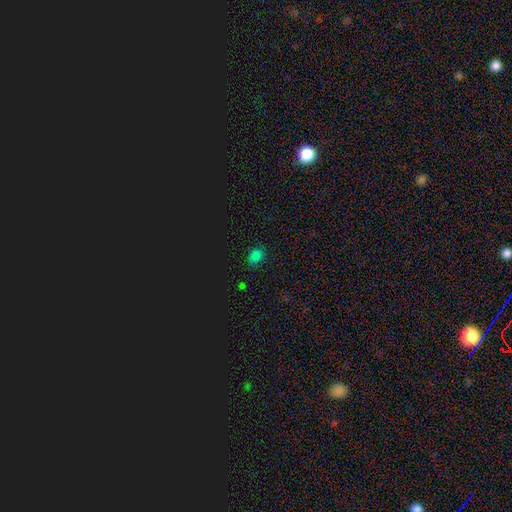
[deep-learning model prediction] Smooth or featured?
  - smooth: 69% *
  - star or artifact: 26%
  - featured or disk: 5%
How rounded?
  - in between: 63% *
  - round: 36%
  - cigar-shaped: 1%
Merging?
  - none: 78% *
  - minor disturbance: 17%
  - major disturbance: 3%
  - merger: 2%